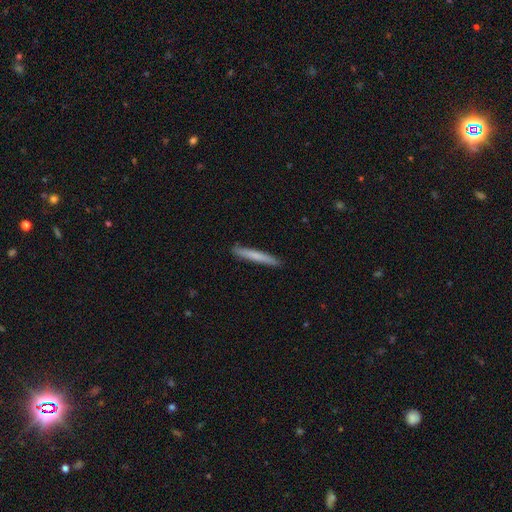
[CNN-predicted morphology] smooth_or_featured: smooth (p=0.72) [alt: featured or disk p=0.23]
how_rounded: cigar-shaped (p=0.96) [alt: in between p=0.03]
merging: none (p=0.91) [alt: minor disturbance p=0.07]